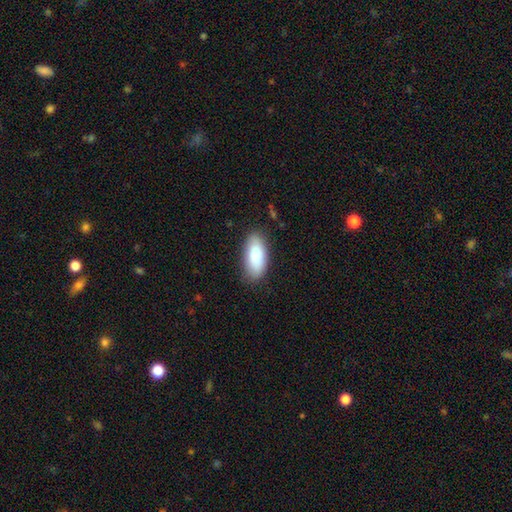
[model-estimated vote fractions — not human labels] Morphology: type=smooth (87%); roundness=in between (88%); merging=none (81%).